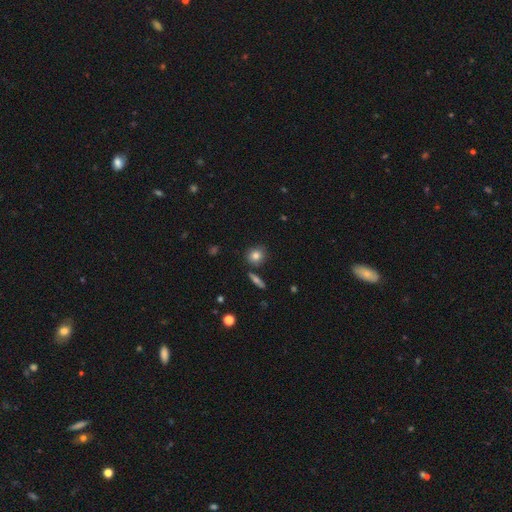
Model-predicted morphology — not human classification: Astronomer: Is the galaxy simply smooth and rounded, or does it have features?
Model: smooth — 80%.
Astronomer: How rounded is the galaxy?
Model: round — 79%.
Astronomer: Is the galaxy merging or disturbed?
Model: none — 81%.